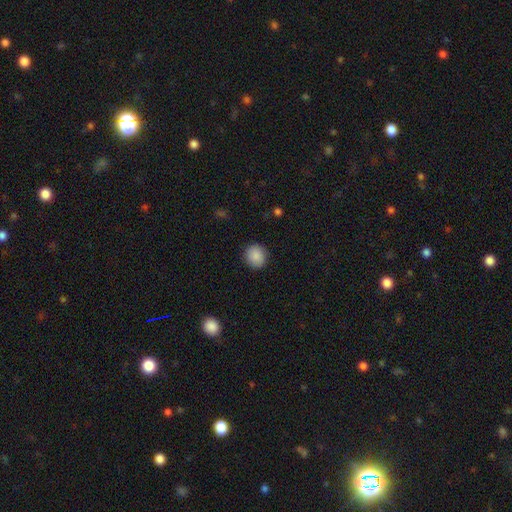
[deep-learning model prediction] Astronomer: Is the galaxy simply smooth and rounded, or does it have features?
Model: smooth — 89%.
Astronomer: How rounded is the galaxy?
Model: round — 87%.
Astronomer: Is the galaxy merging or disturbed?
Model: none — 91%.